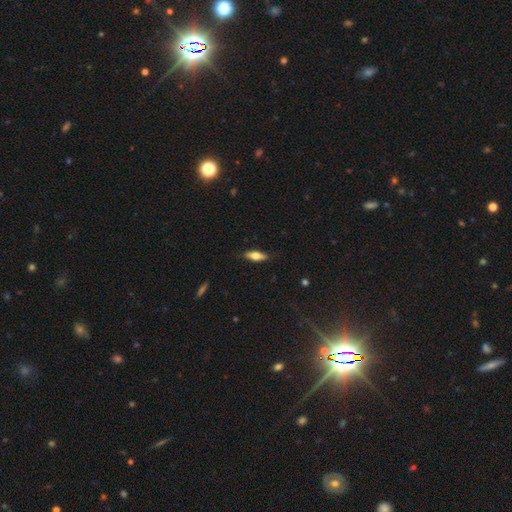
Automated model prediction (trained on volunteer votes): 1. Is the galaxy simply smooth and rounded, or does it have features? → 63% smooth, 31% featured or disk, 6% star or artifact.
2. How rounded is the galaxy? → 59% in between, 38% cigar-shaped, 3% round.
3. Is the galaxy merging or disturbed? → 83% none, 13% minor disturbance, 2% major disturbance, 1% merger.